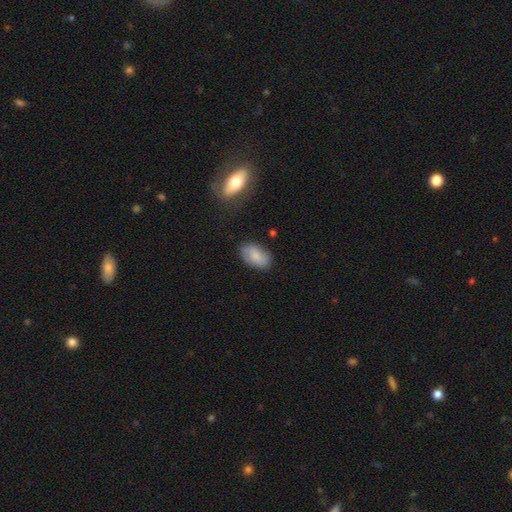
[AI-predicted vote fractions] A smooth galaxy with no disk features (74%) that is in between round and cigar-shaped (92%). Merging: none (79%).